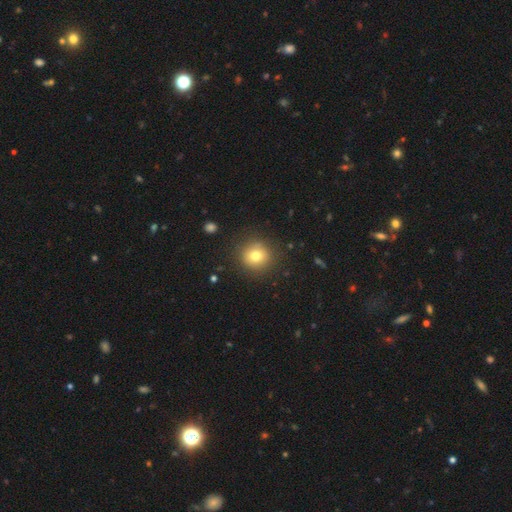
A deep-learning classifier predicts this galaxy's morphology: Smooth or featured? Predicted: smooth (p=0.76). How rounded? Predicted: round (p=0.90). Merging? Predicted: none (p=0.86).